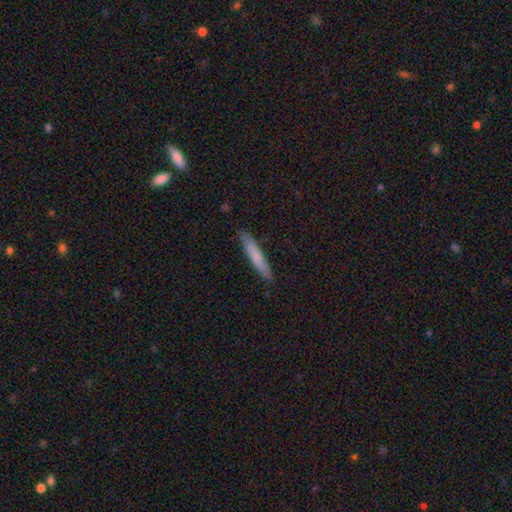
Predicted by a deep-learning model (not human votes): The model was most divided on "smooth or featured": smooth: 70%, featured or disk: 24%, star or artifact: 6%. More confident: how rounded — cigar-shaped (94%); merging — none (89%).